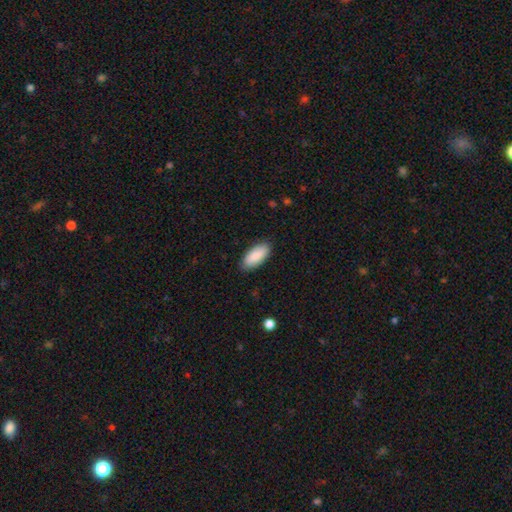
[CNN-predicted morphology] smooth-or-featured: smooth: 90% | star or artifact: 5% | featured or disk: 5%
  how-rounded: in between: 88% | cigar-shaped: 10% | round: 2%
  merging: none: 88% | minor disturbance: 9% | major disturbance: 2% | merger: 1%